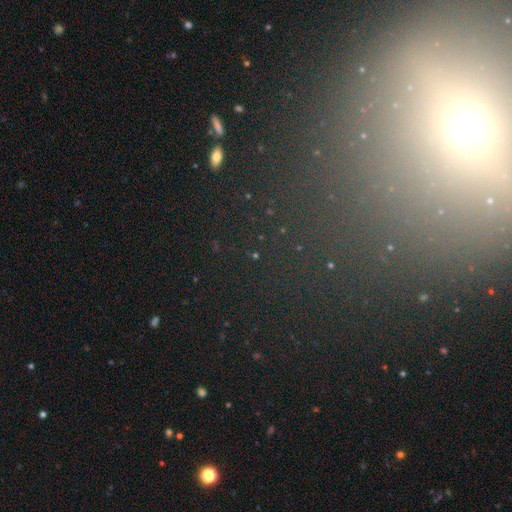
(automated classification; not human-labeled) smooth_or_featured: star or artifact (p=0.68) [alt: smooth p=0.21]